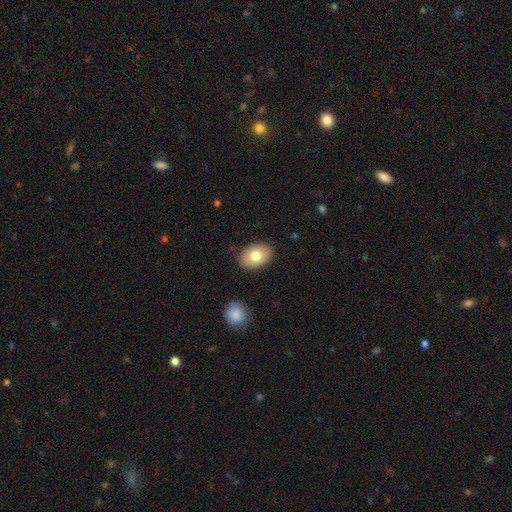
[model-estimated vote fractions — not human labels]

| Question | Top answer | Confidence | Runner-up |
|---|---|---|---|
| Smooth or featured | smooth | 77% | featured or disk (17%) |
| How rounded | in between | 84% | round (15%) |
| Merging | none | 87% | minor disturbance (9%) |